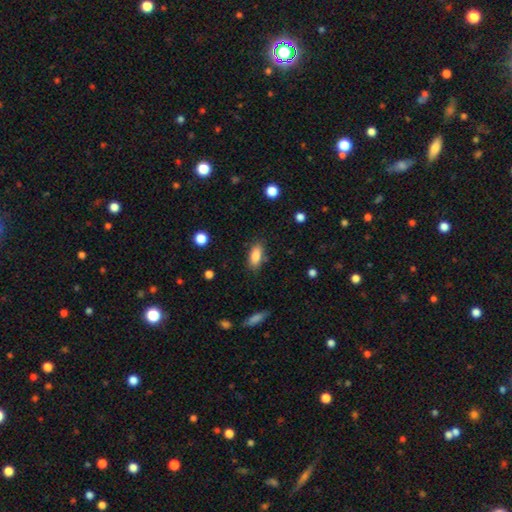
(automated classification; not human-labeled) This appears to be a smooth galaxy with no disk features (86%) that is in between round and cigar-shaped (82%). Merging: none (81%).